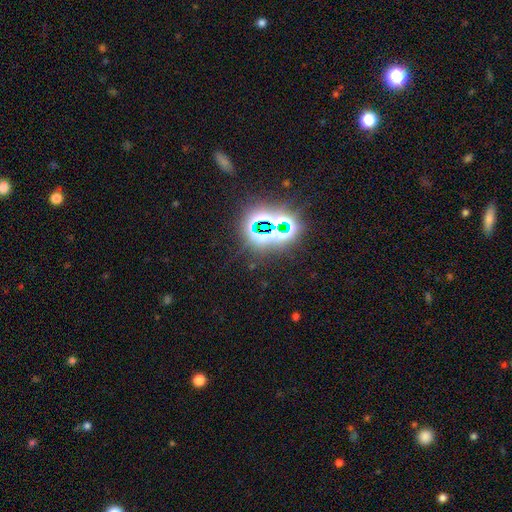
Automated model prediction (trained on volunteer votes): Morphology: type=star or artifact (80%).